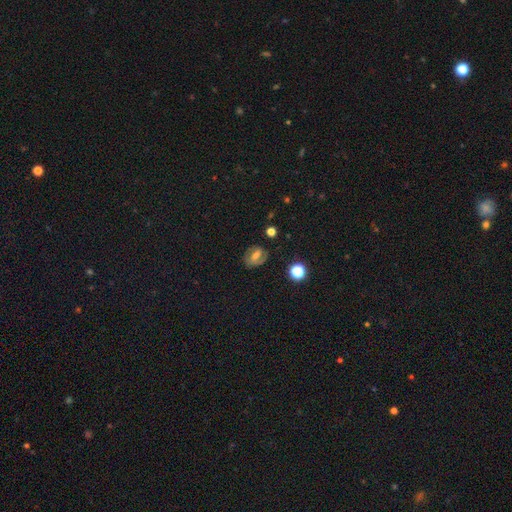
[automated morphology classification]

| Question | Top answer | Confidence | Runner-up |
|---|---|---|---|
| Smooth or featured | featured or disk | 62% | smooth (25%) |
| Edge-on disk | no | 96% | yes (4%) |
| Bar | weak | 43% | strong (36%) |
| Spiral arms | yes | 82% | no (18%) |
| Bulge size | moderate | 48% | small (32%) |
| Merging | none | 76% | minor disturbance (15%) |